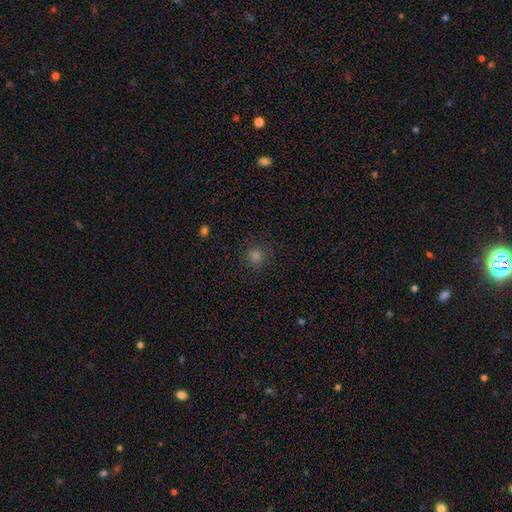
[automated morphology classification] Smooth or featured: smooth — 75% (star or artifact — 20%)
How rounded: round — 91% (in between — 8%)
Merging: none — 88% (minor disturbance — 8%)